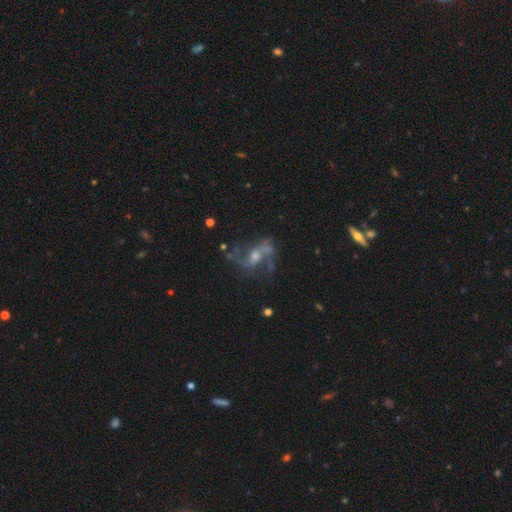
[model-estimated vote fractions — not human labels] The model was most divided on "bar": weak: 45%, no: 38%, strong: 17%. Remaining: edge-on disk — no (96%); spiral arms — yes (94%); smooth or featured — featured or disk (85%); spiral arm count — 2 (84%); spiral winding — loose (67%); merging — none (62%); bulge size — moderate (48%).